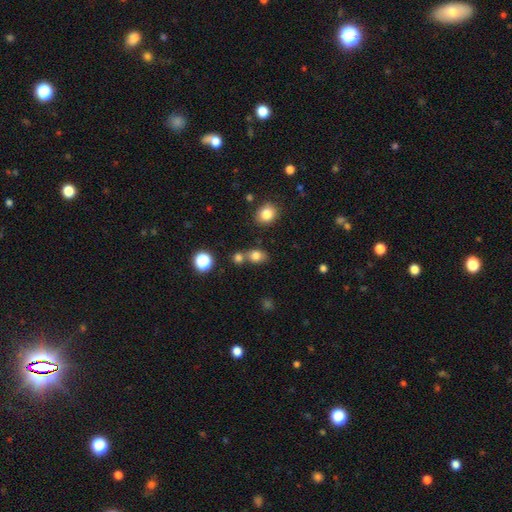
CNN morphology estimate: smooth 79%, star or artifact 13%, featured or disk 8%. Down the decision tree: how rounded — in between (54%); merging — none (53%).